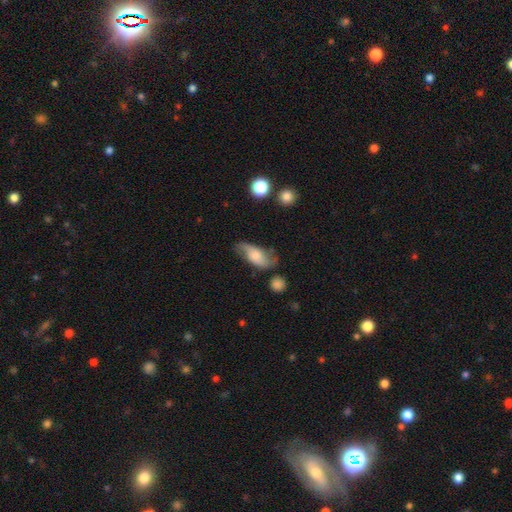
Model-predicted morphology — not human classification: smooth-or-featured: featured or disk: 53% | smooth: 40% | star or artifact: 7%
  disk-edge-on: no: 88% | yes: 12%
  merging: none: 61% | minor disturbance: 26% | major disturbance: 10% | merger: 4%